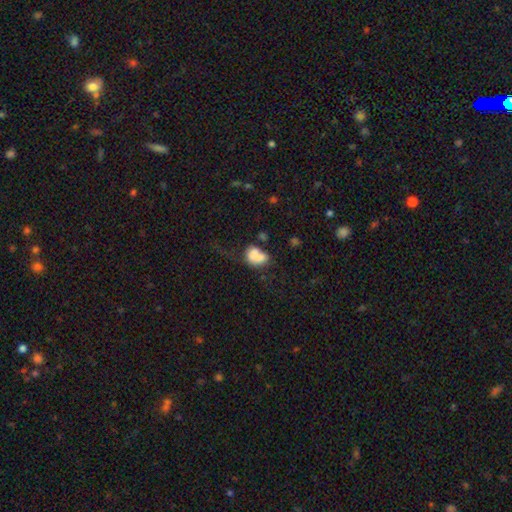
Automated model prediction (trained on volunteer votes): Q: Smooth or featured?
A: smooth (69%); runner-up: featured or disk (20%)
Q: How rounded?
A: in between (72%); runner-up: round (26%)
Q: Merging?
A: major disturbance (28%); runner-up: merger (25%)